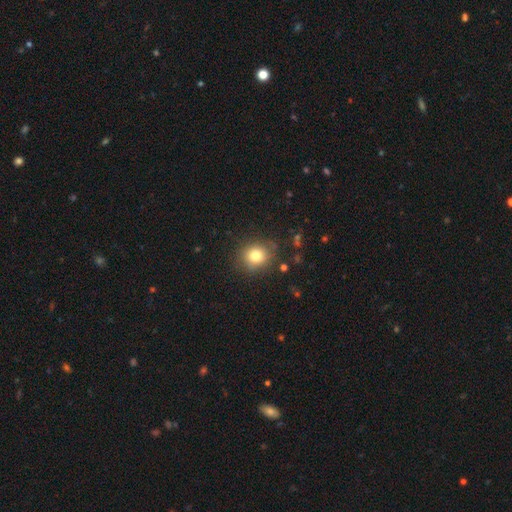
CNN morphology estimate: smooth_or_featured: smooth (p=0.79) [alt: star or artifact p=0.12]
how_rounded: round (p=0.79) [alt: in between p=0.20]
merging: none (p=0.83) [alt: minor disturbance p=0.11]